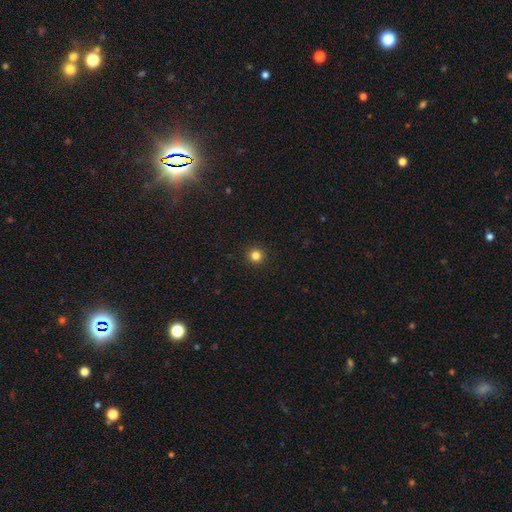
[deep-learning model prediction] This appears to be a smooth galaxy with no disk features (83%) that is round (95%). Merging: none (93%).